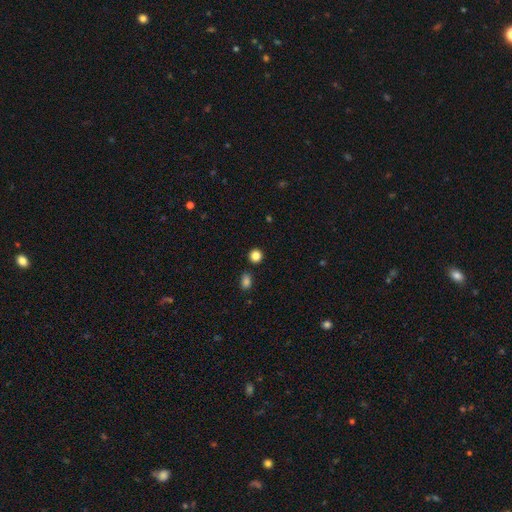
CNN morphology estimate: This is clearly a smooth galaxy (85%). How rounded: clearly round (89%). Merging: clearly none (86%).